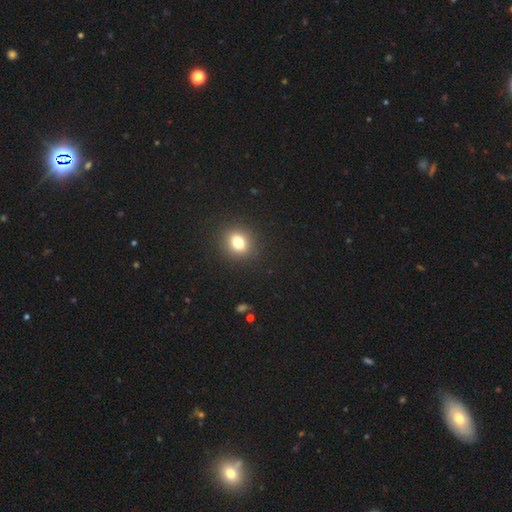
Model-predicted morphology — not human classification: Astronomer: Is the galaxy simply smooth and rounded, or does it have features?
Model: smooth — 68%.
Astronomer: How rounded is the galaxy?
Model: round — 88%.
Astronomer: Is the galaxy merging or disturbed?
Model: none — 93%.